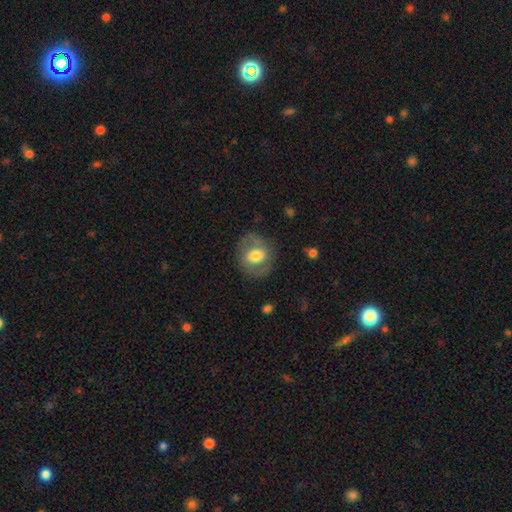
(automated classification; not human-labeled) smooth-or-featured: smooth: 49% | featured or disk: 45% | star or artifact: 7%
  merging: none: 78% | minor disturbance: 13% | major disturbance: 7% | merger: 1%